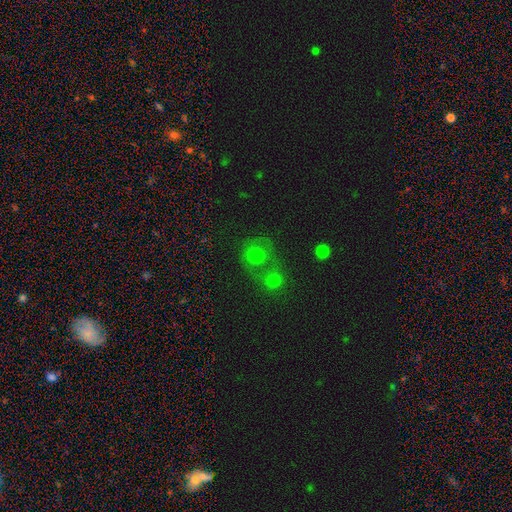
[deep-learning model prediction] smooth-or-featured: smooth: 63% | star or artifact: 20% | featured or disk: 17%
  how-rounded: round: 81% | in between: 18% | cigar-shaped: 1%
  merging: none: 43% | merger: 38% | minor disturbance: 11% | major disturbance: 8%